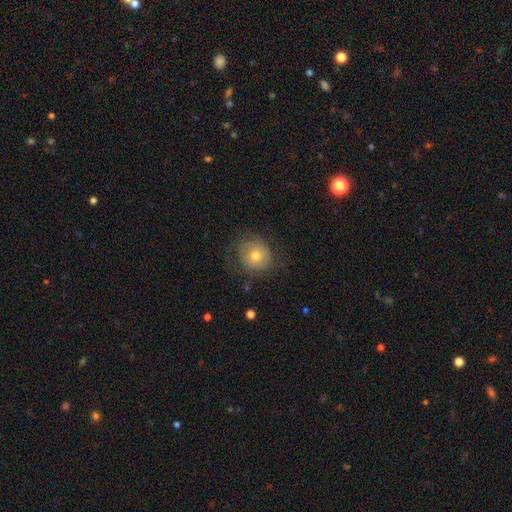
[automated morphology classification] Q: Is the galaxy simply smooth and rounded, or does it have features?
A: smooth — 60%.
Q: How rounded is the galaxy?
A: round — 84%.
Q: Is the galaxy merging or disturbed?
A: none — 67%.